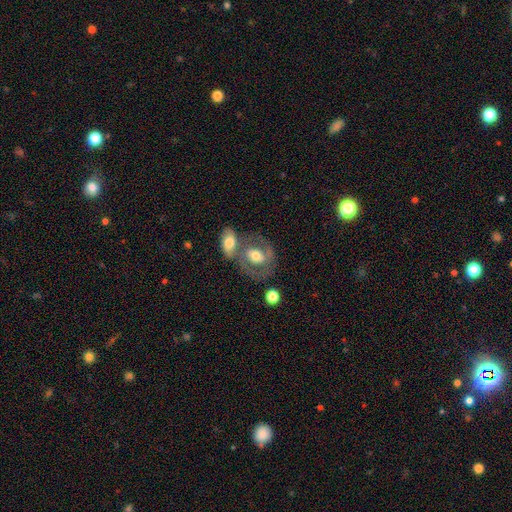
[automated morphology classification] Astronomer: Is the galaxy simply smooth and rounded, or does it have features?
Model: featured or disk — 51% (runner-up: smooth, 43%).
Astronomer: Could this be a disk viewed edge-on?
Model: no — 94%.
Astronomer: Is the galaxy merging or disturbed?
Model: none — 42% (runner-up: merger, 36%).